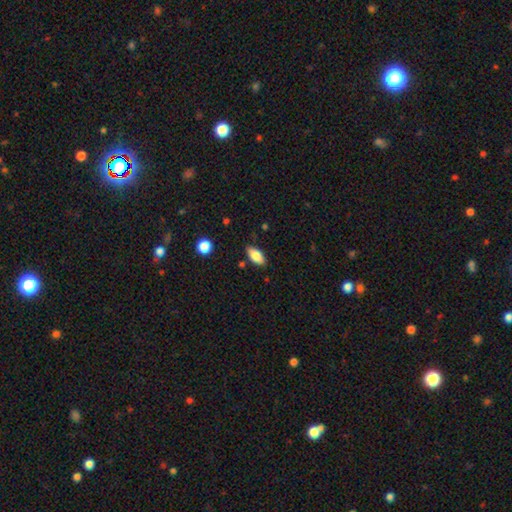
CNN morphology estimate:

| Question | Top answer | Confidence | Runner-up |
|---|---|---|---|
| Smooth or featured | smooth | 83% | featured or disk (9%) |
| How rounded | in between | 89% | cigar-shaped (8%) |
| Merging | none | 83% | minor disturbance (12%) |